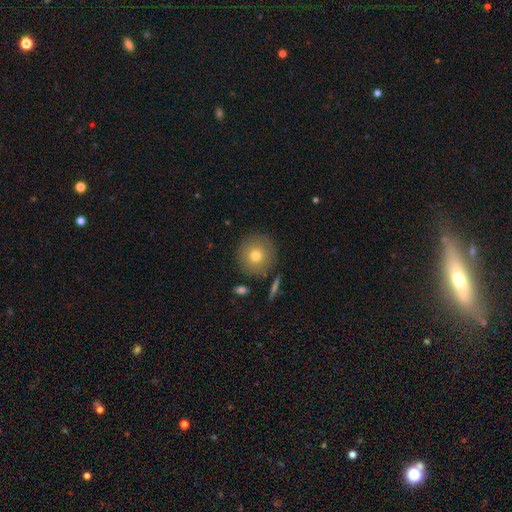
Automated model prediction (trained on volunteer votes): smooth 75%, featured or disk 15%, star or artifact 10%. Down the decision tree: how rounded — round (94%); merging — none (87%).